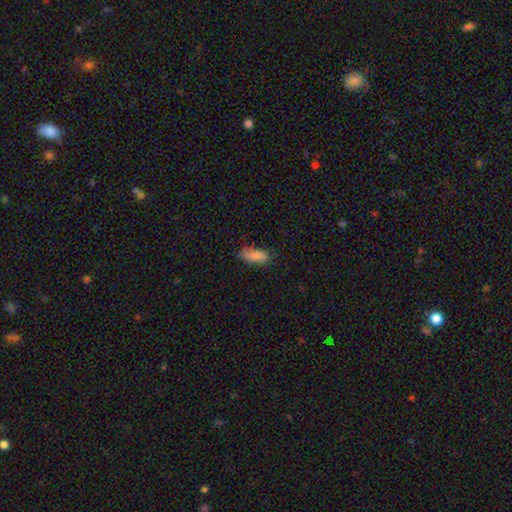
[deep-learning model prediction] A smooth galaxy with no disk features (82%) that is in between round and cigar-shaped (78%). Merging: none (61%).